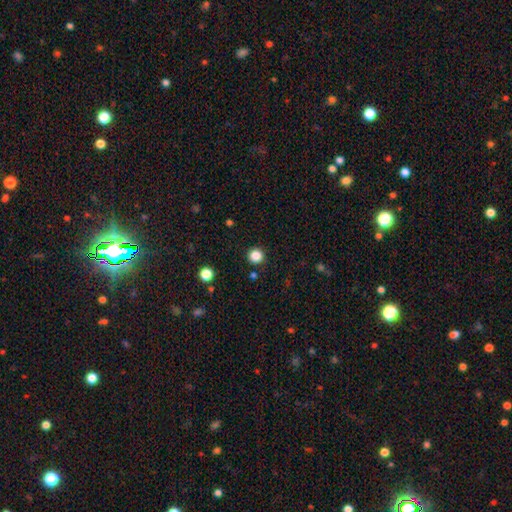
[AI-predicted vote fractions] smooth 85%, star or artifact 12%, featured or disk 3%. Down the decision tree: how rounded — round (94%); merging — none (91%).